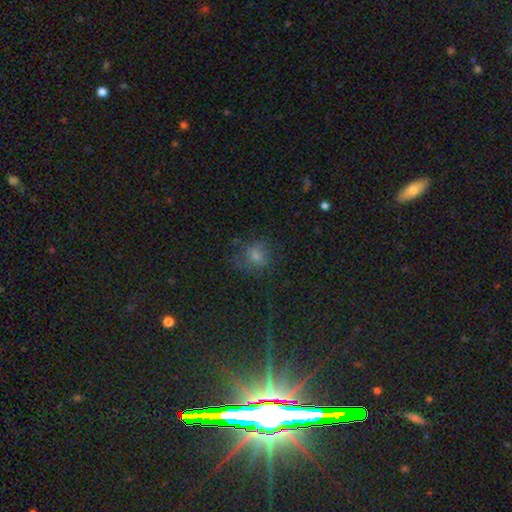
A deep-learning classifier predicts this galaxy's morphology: A smooth galaxy with no disk features (44%). Merging: none (69%).